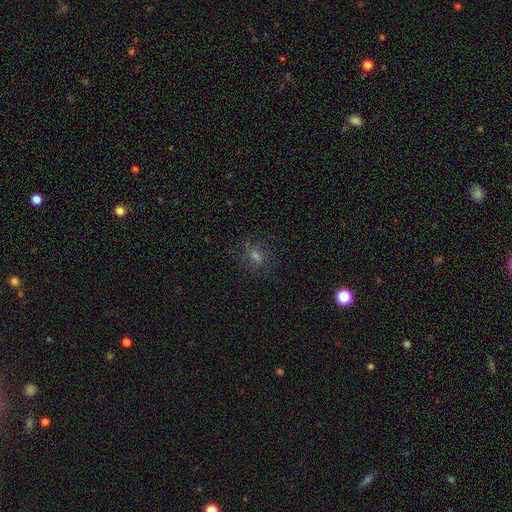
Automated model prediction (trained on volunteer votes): Q: Smooth or featured?
A: smooth (54%); runner-up: star or artifact (32%)
Q: How rounded?
A: round (56%); runner-up: in between (41%)
Q: Merging?
A: none (80%); runner-up: minor disturbance (12%)